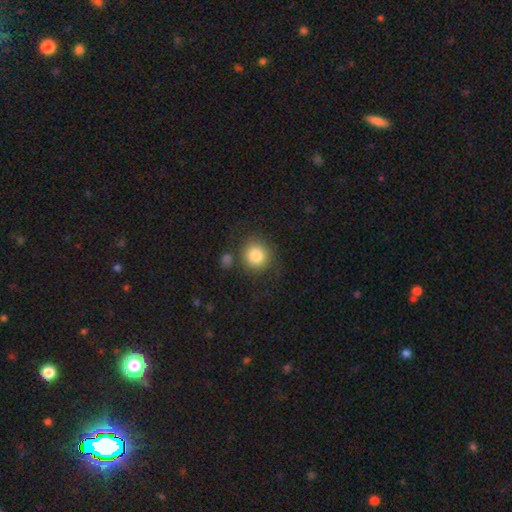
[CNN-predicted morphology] Q: Smooth or featured?
A: smooth (84%); runner-up: star or artifact (9%)
Q: How rounded?
A: round (89%); runner-up: in between (10%)
Q: Merging?
A: none (79%); runner-up: minor disturbance (11%)